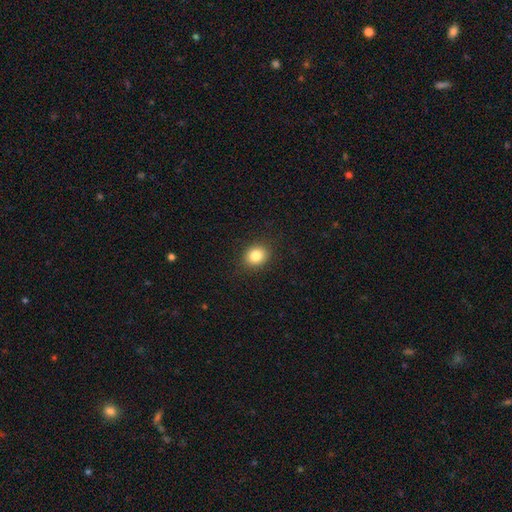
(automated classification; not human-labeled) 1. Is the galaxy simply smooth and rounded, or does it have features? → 84% smooth, 10% star or artifact, 6% featured or disk.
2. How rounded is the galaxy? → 58% round, 42% in between, 1% cigar-shaped.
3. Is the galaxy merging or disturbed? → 89% none, 7% minor disturbance, 2% major disturbance, 1% merger.